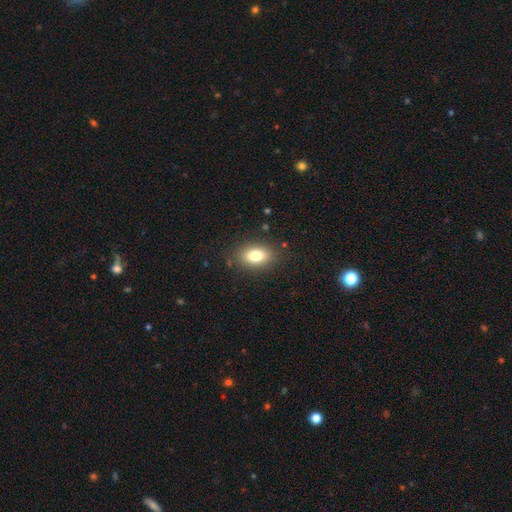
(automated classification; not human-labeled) Morphology: type=smooth (80%); roundness=in between (85%); merging=none (85%).